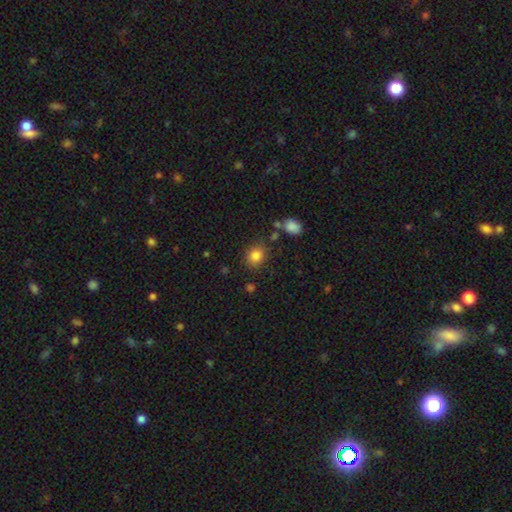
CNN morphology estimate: type=smooth (84%); roundness=round (71%); merging=none (81%).